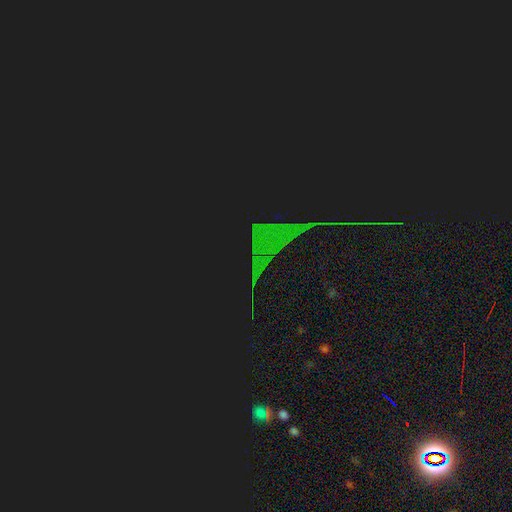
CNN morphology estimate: type=star or artifact (83%).